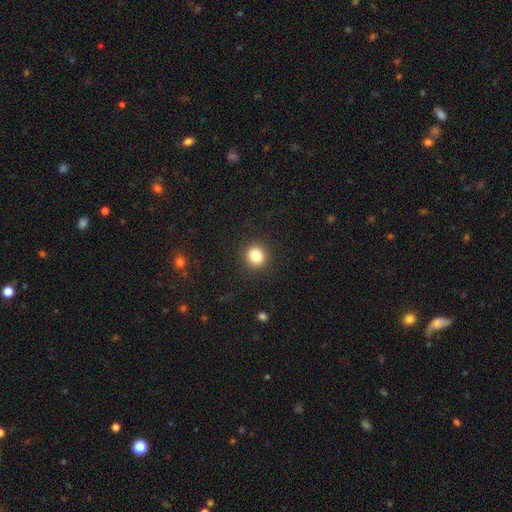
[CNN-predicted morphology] A smooth galaxy with no disk features (86%) that is round (87%). Merging: none (90%).